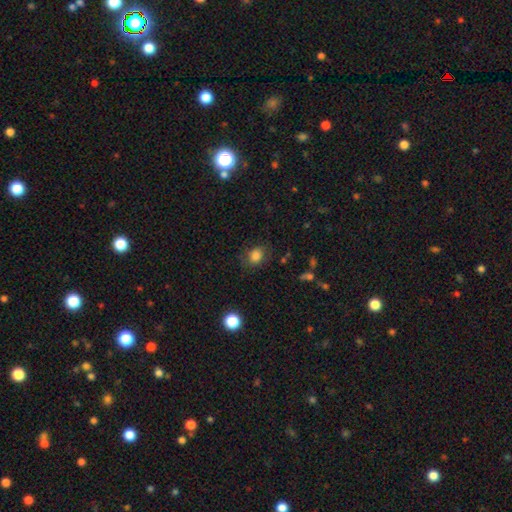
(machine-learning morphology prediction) Overall: smooth (81%). How rounded: round (53%; in between 46%). Merging: none (73%).